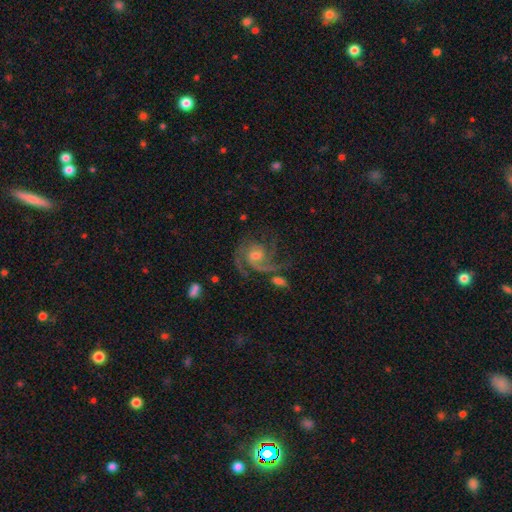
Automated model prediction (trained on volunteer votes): Smooth or featured? featured or disk (88%)
Edge-on disk? no (98%)
Bar? no (57%)
Spiral arms? yes (97%)
Spiral winding? medium (50%)
Spiral arm count? 2 (42%)
Bulge size? moderate (52%)
Merging? none (58%)